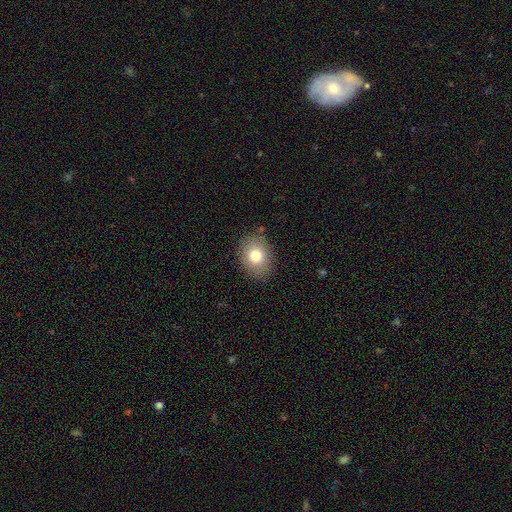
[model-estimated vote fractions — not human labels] Smooth or featured: smooth — 79% (featured or disk — 12%)
How rounded: in between — 62% (round — 37%)
Merging: none — 84% (minor disturbance — 11%)